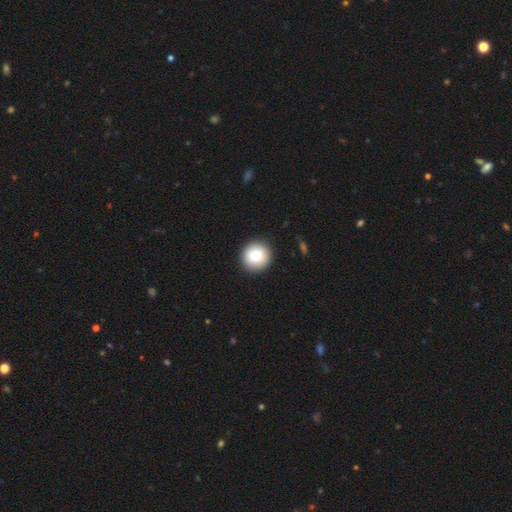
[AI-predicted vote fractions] The model was most divided on "smooth or featured": smooth: 83%, featured or disk: 9%, star or artifact: 8%. More confident: how rounded — round (93%); merging — none (91%).